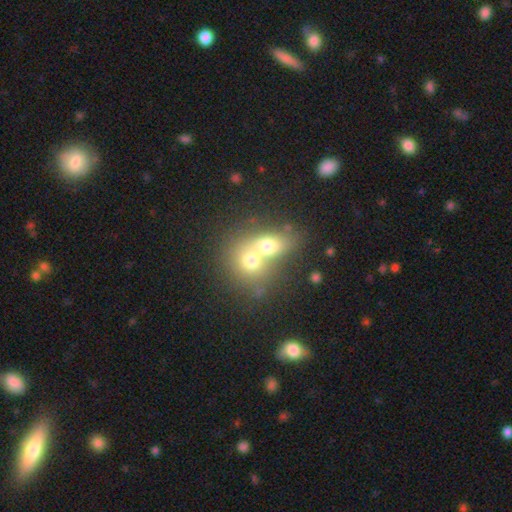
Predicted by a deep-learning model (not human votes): Smooth or featured? Predicted: smooth (p=0.66). How rounded? Predicted: round (p=0.56). Merging? Predicted: merger (p=0.73).